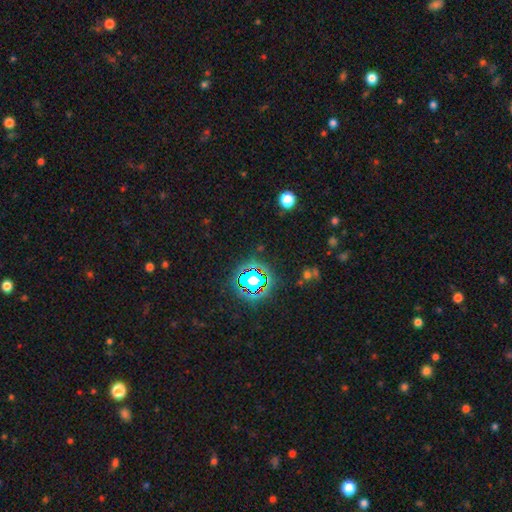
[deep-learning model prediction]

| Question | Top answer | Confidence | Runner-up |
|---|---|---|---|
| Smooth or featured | star or artifact | 78% | smooth (14%) |